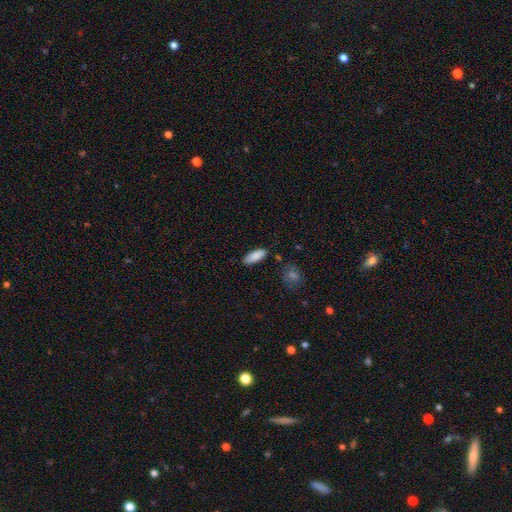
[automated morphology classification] Smooth or featured? smooth (88%)
How rounded? in between (76%)
Merging? none (82%)